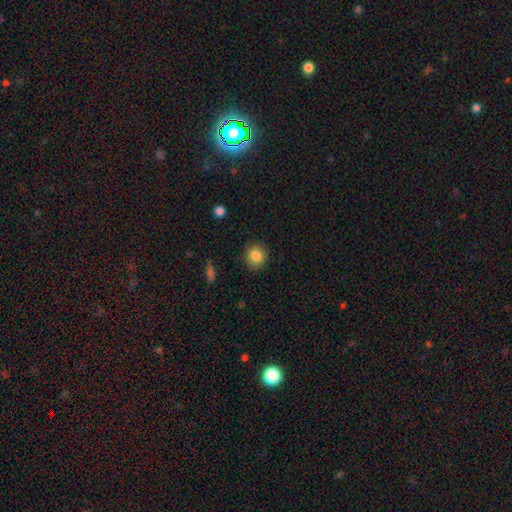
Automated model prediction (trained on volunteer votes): smooth 85%, star or artifact 9%, featured or disk 6%. Down the decision tree: how rounded — round (82%); merging — none (88%).